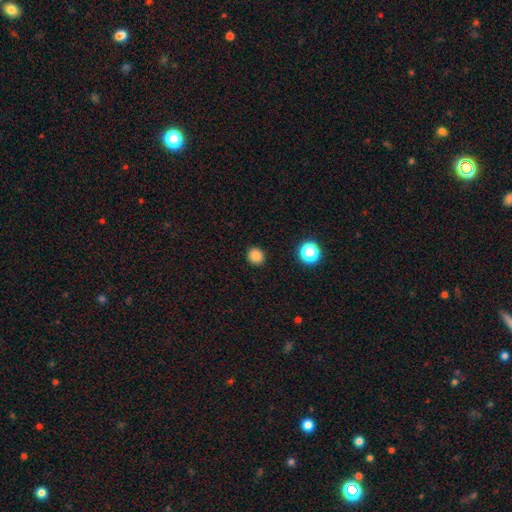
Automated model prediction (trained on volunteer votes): Q: Smooth or featured?
A: smooth (84%); runner-up: star or artifact (12%)
Q: How rounded?
A: round (87%); runner-up: in between (12%)
Q: Merging?
A: none (91%); runner-up: minor disturbance (6%)